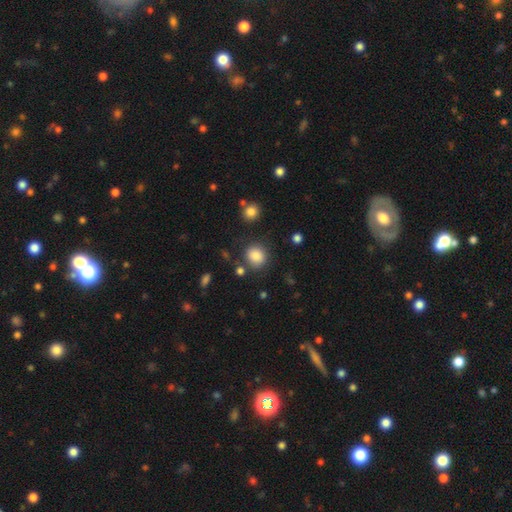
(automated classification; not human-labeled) Morphology: type=smooth (84%); roundness=round (81%); merging=none (81%).